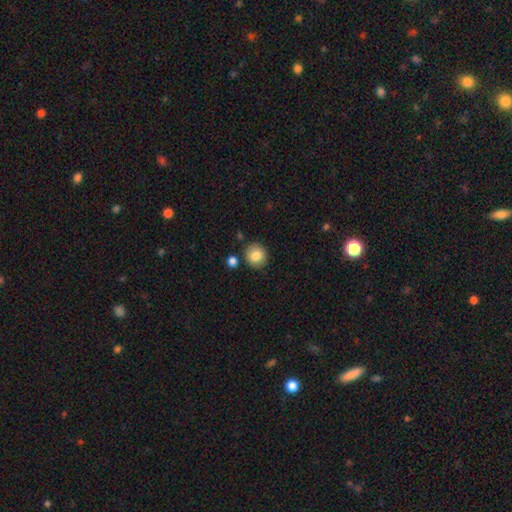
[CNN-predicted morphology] Q: Smooth or featured?
A: smooth (83%); runner-up: star or artifact (9%)
Q: How rounded?
A: round (84%); runner-up: in between (16%)
Q: Merging?
A: none (84%); runner-up: minor disturbance (9%)